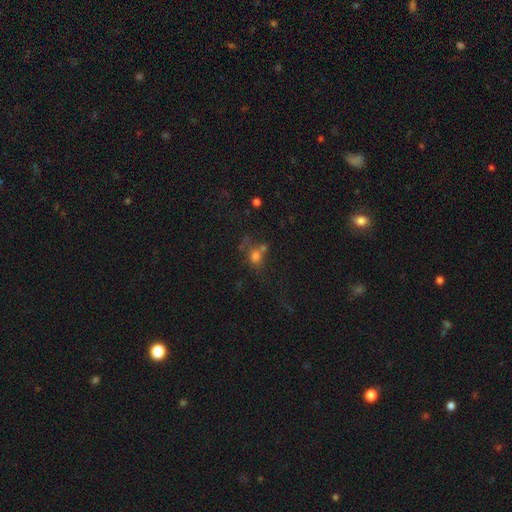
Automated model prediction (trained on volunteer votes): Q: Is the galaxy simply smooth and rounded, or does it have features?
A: smooth — 67%.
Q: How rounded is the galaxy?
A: round — 66%.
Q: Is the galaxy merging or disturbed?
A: none — 45%.